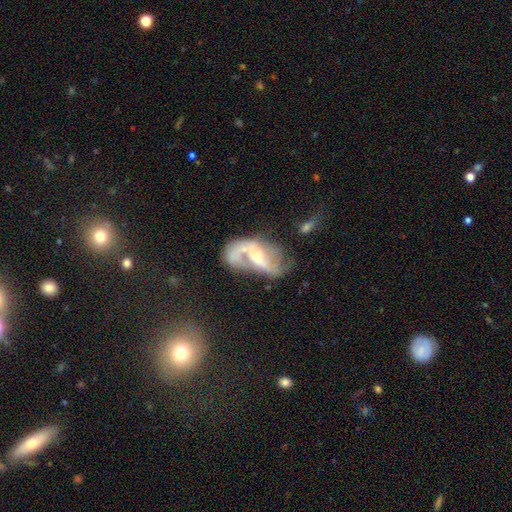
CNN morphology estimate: Overall: featured or disk (78%). Edge-on disk: no (97%). Bar: no (44%; weak 41%). Spiral arms: yes (83%). Spiral arm count: 2 (72%). Spiral winding: loose (51%; medium 37%). Bulge size: moderate (44%; small 38%). Merging: none (34%; major disturbance 28%).